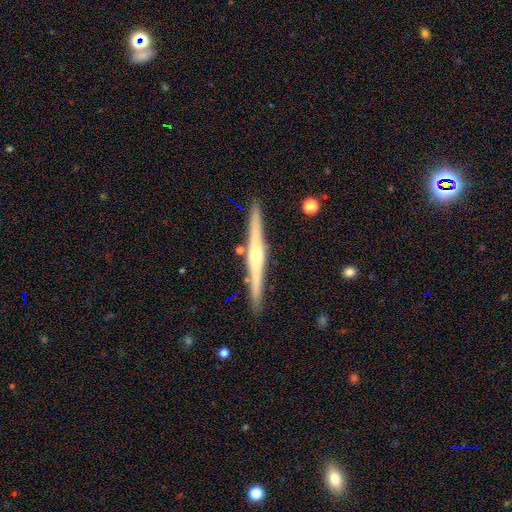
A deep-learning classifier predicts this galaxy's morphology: Smooth or featured? Predicted: featured or disk (p=0.77). Edge-on disk? Predicted: yes (p=0.98). Edge-on bulge? Predicted: rounded (p=0.82). Merging? Predicted: none (p=0.90).